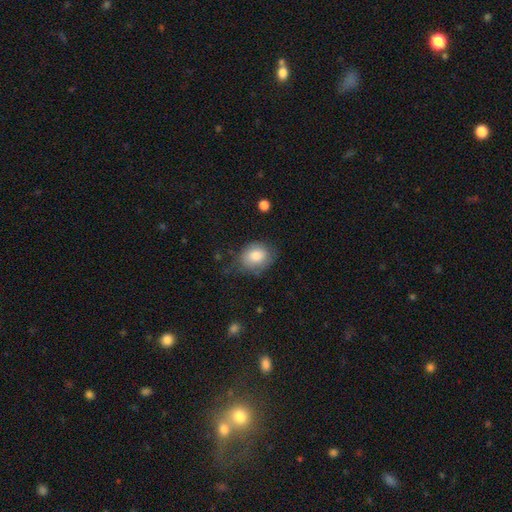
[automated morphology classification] Overall: smooth (80%). How rounded: in between (50%; round 49%). Merging: none (64%; minor disturbance 25%).